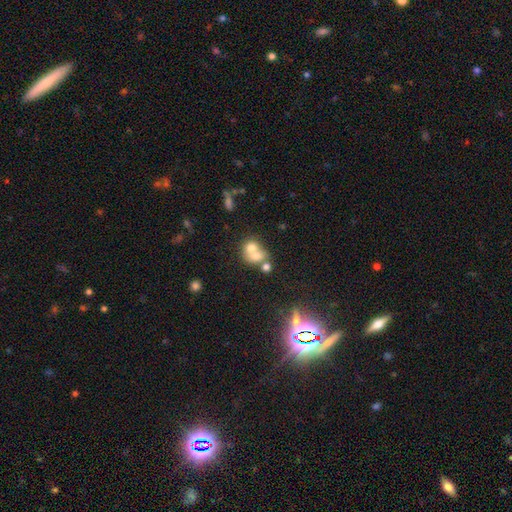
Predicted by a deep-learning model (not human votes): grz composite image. It shows a smooth galaxy with no disk features (64%) that is round (60%). Merging: merger (66%).